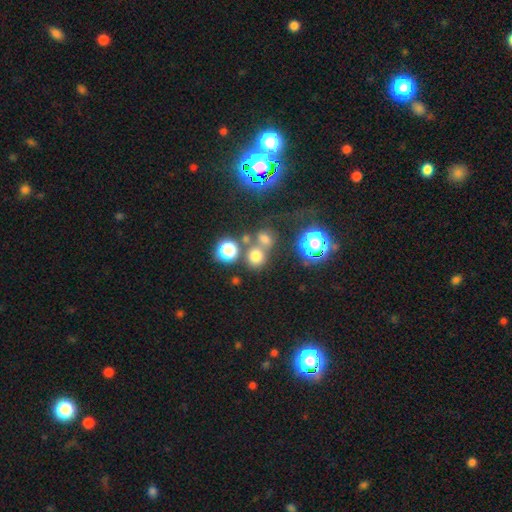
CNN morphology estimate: A smooth galaxy with no disk features (66%) that is round (84%).

Vote fractions:
- Smooth or featured? smooth: 66% / star or artifact: 26% / featured or disk: 8%
- How rounded? round: 84% / in between: 15% / cigar-shaped: 1%
- Merging? none: 57% / merger: 30% / minor disturbance: 8% / major disturbance: 5%